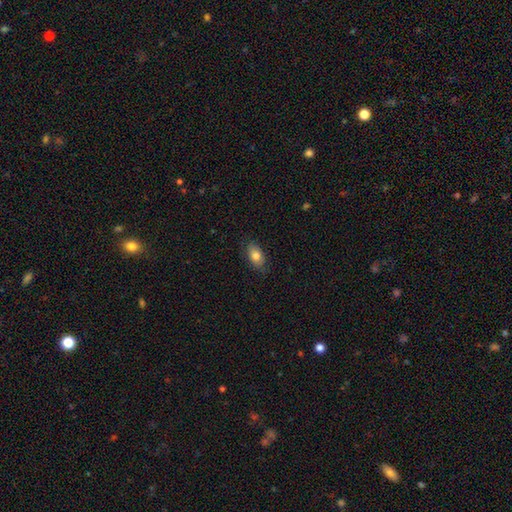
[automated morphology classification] smooth 80%, featured or disk 13%, star or artifact 7%. Down the decision tree: how rounded — in between (90%); merging — none (81%).